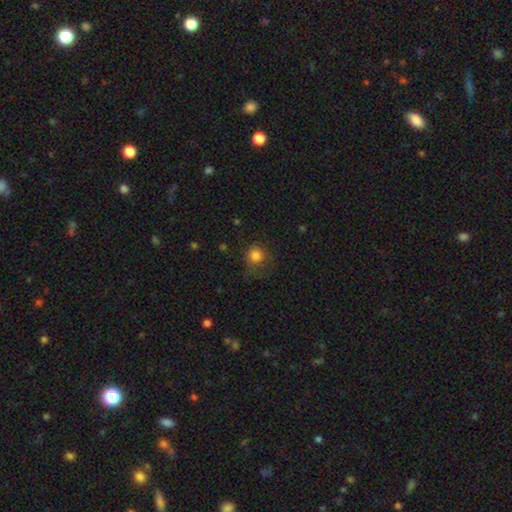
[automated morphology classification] smooth-or-featured: smooth: 82% | star or artifact: 12% | featured or disk: 6%
  how-rounded: round: 89% | in between: 10% | cigar-shaped: 1%
  merging: none: 66% | minor disturbance: 21% | major disturbance: 12% | merger: 2%